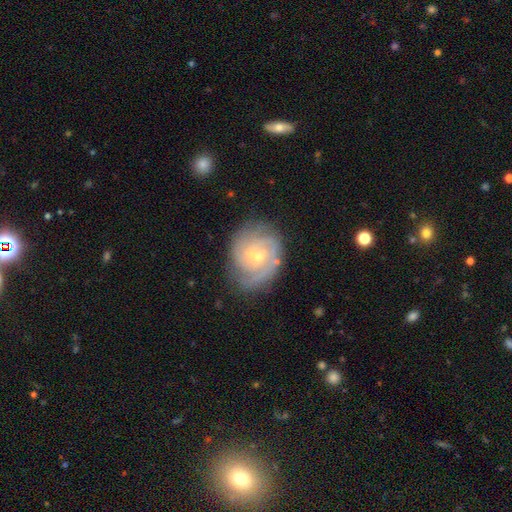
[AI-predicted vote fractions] The model was most divided on "spiral arm count": 2: 34%, can't tell: 32%, 3: 18%, 1: 6%, 4: 5%, more than 4: 4%. More confident: edge-on disk — no (98%); spiral arms — yes (88%); smooth or featured — featured or disk (75%); bulge size — small (71%); merging — none (57%); bar — no (57%); spiral winding — tight (54%).